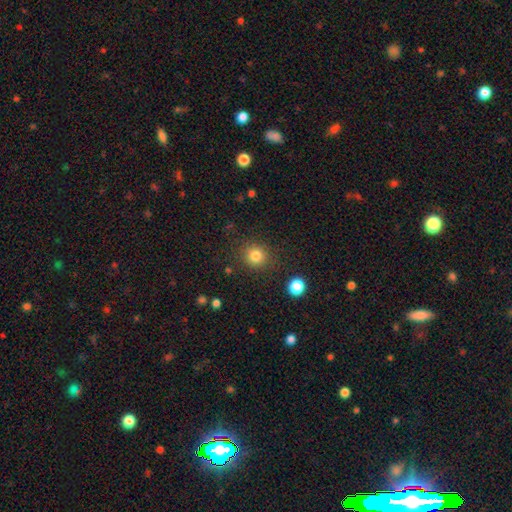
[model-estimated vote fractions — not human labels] This is clearly a smooth galaxy (83%). How rounded: clearly round (90%). Merging: clearly none (87%).